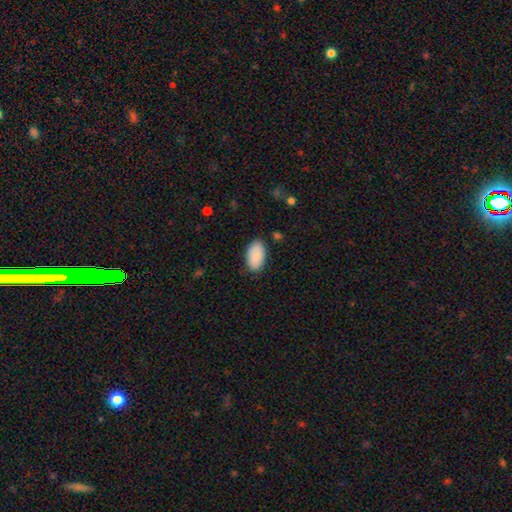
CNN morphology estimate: A smooth galaxy with no disk features (89%) that is in between round and cigar-shaped (95%). Merging: none (83%).